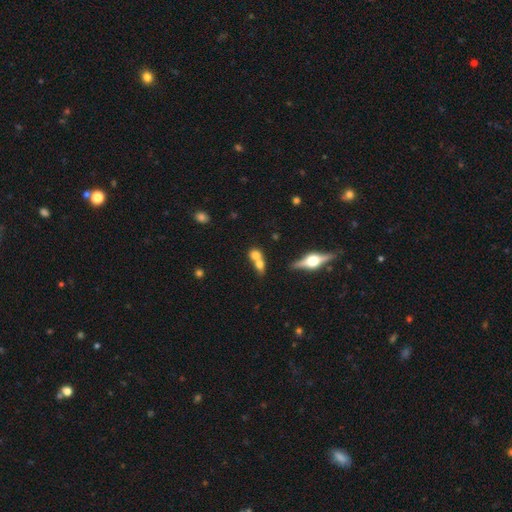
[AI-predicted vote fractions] Overall: smooth (64%). How rounded: round (52%; in between 39%). Merging: merger (62%; none 28%).